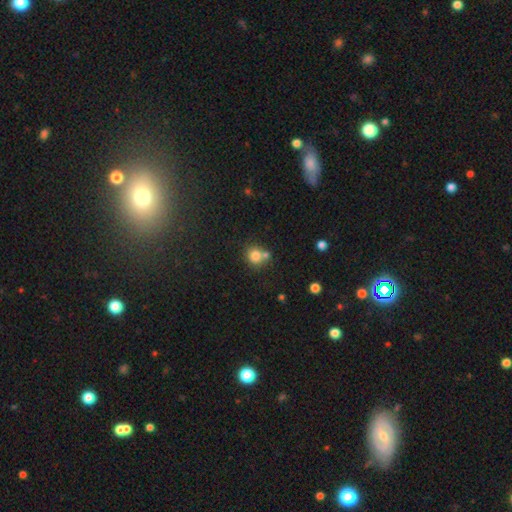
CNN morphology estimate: Q: Smooth or featured?
A: smooth (80%); runner-up: star or artifact (12%)
Q: How rounded?
A: round (86%); runner-up: in between (13%)
Q: Merging?
A: none (55%); runner-up: merger (32%)